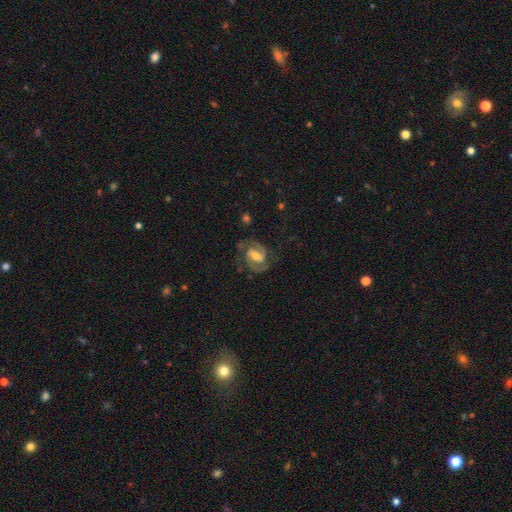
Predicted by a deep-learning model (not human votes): Smooth or featured? featured or disk (84%)
Edge-on disk? no (98%)
Bar? weak (50%)
Spiral arms? yes (96%)
Spiral winding? medium (53%)
Spiral arm count? 2 (90%)
Bulge size? moderate (51%)
Merging? none (73%)